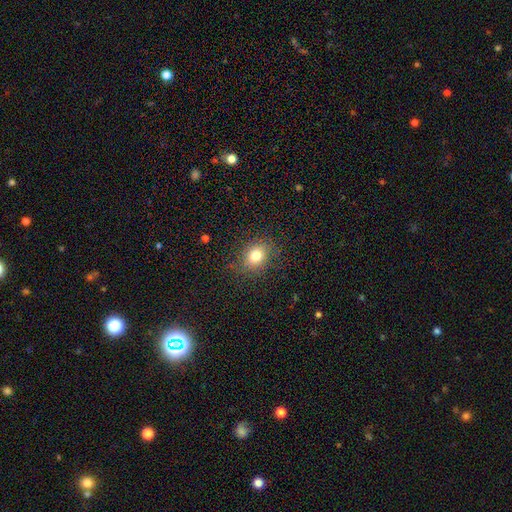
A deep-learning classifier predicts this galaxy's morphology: Smooth or featured: smooth — 78% (star or artifact — 13%)
How rounded: round — 52% (in between — 47%)
Merging: none — 83% (minor disturbance — 12%)